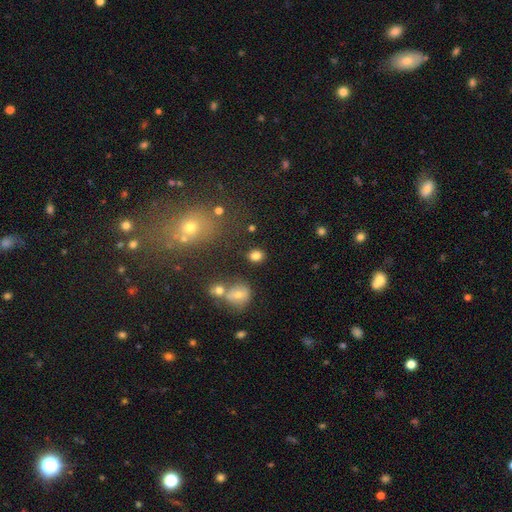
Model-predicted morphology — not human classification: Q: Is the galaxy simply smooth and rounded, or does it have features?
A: smooth — 81%.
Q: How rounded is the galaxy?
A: round — 59%.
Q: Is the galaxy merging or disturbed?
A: none — 80%.